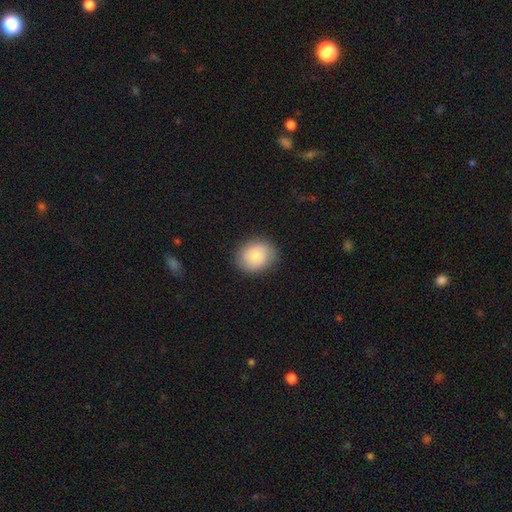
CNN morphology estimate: The model was most divided on "how rounded": round: 63%, in between: 36%, cigar-shaped: 1%. More confident: merging — none (85%); smooth or featured — smooth (78%).